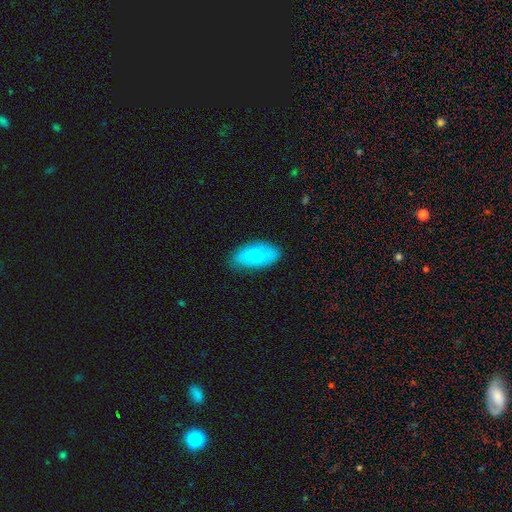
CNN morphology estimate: Smooth or featured?
  - smooth: 81% *
  - featured or disk: 12%
  - star or artifact: 6%
How rounded?
  - in between: 92% *
  - cigar-shaped: 5%
  - round: 2%
Merging?
  - none: 79% *
  - minor disturbance: 16%
  - major disturbance: 3%
  - merger: 1%